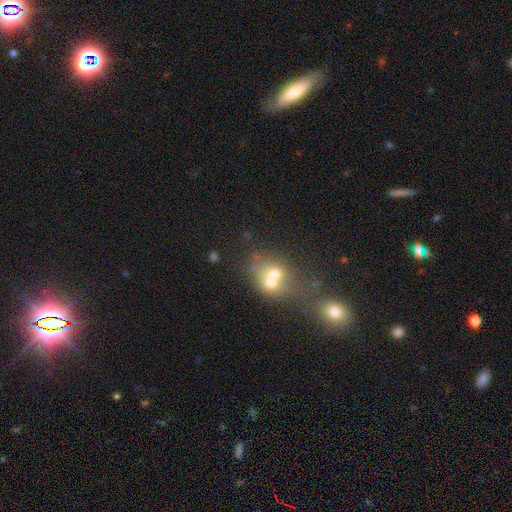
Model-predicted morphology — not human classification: Smooth or featured: smooth — 46% (star or artifact — 29%)
Merging: merger — 58% (none — 28%)